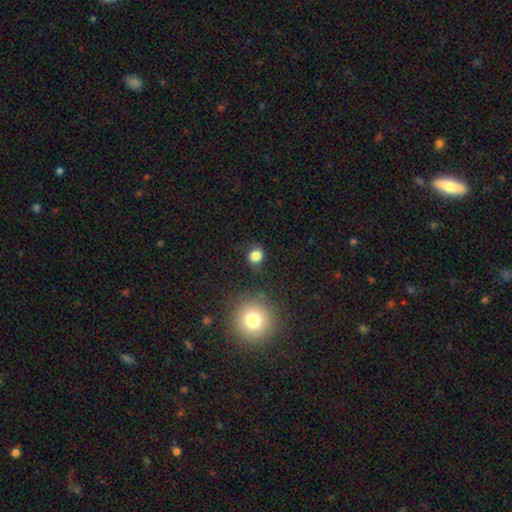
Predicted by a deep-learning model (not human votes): Smooth or featured?
  - smooth: 82% *
  - star or artifact: 13%
  - featured or disk: 6%
How rounded?
  - round: 80% *
  - in between: 19%
  - cigar-shaped: 1%
Merging?
  - none: 76% *
  - minor disturbance: 15%
  - major disturbance: 5%
  - merger: 4%